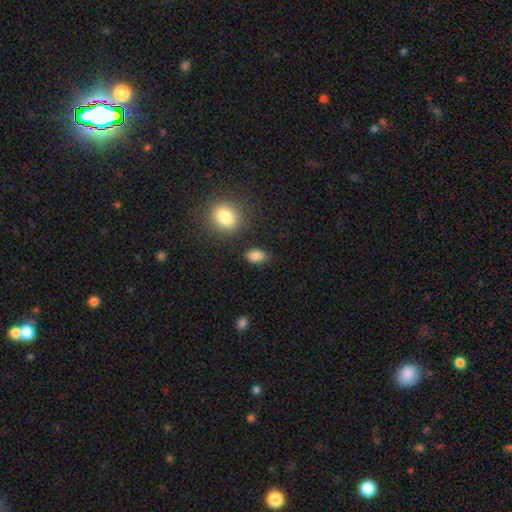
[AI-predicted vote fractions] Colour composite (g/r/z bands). It shows a smooth galaxy with no disk features (87%) that is in between round and cigar-shaped (87%). Merging: none (82%).